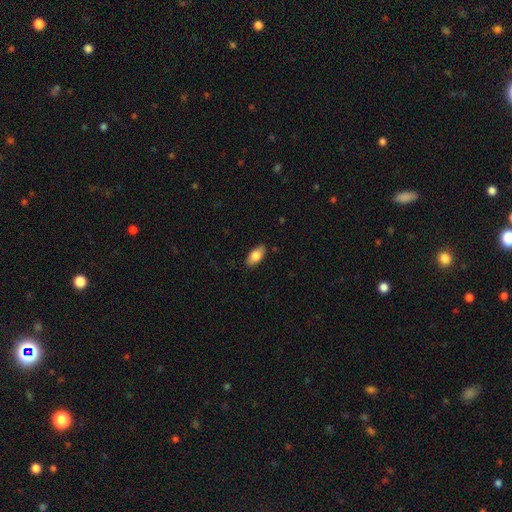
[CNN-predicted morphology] smooth-or-featured: smooth: 80% | featured or disk: 13% | star or artifact: 6%
  how-rounded: in between: 91% | cigar-shaped: 7% | round: 3%
  merging: none: 87% | minor disturbance: 10% | major disturbance: 2% | merger: 1%